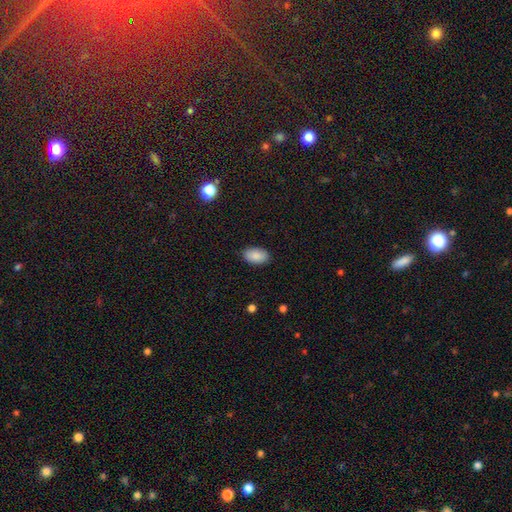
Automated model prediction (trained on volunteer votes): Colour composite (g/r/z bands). It shows a smooth galaxy with no disk features (88%) that is in between round and cigar-shaped (94%). Merging: none (87%).